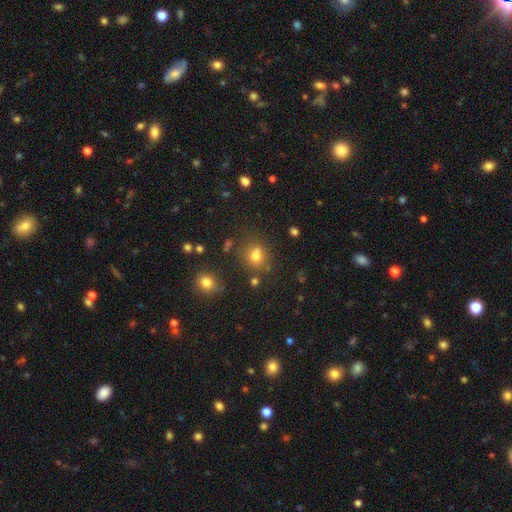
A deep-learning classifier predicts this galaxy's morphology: A smooth galaxy with no disk features (72%) that is round (70%). Merging: none (67%).